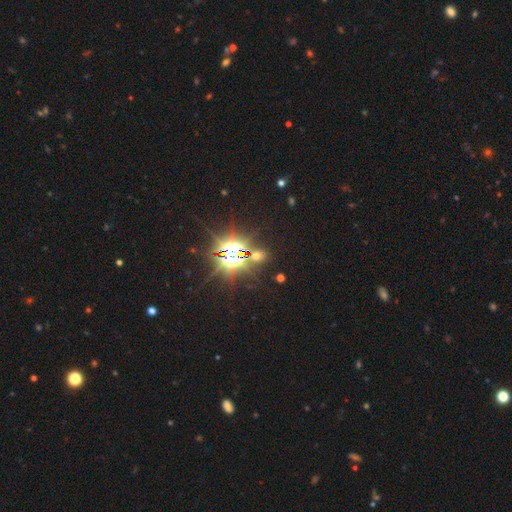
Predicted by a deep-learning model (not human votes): Smooth or featured: star or artifact — 85% (smooth — 10%)